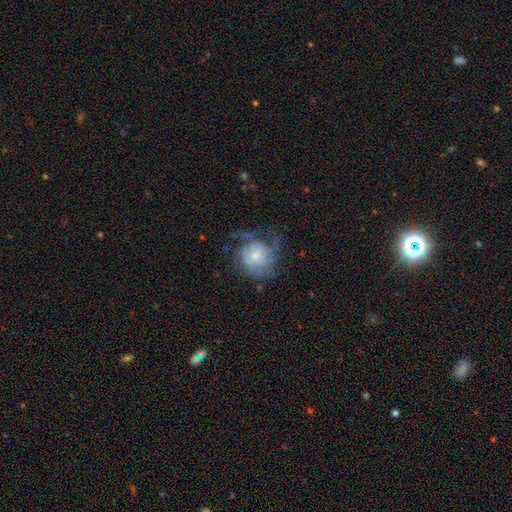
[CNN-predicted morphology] Smooth or featured: featured or disk — 58% (smooth — 35%)
Edge-on disk: no — 98% (yes — 2%)
Bar: no — 65% (weak — 30%)
Spiral arms: yes — 80% (no — 20%)
Bulge size: small — 47% (moderate — 39%)
Merging: none — 41% (major disturbance — 33%)